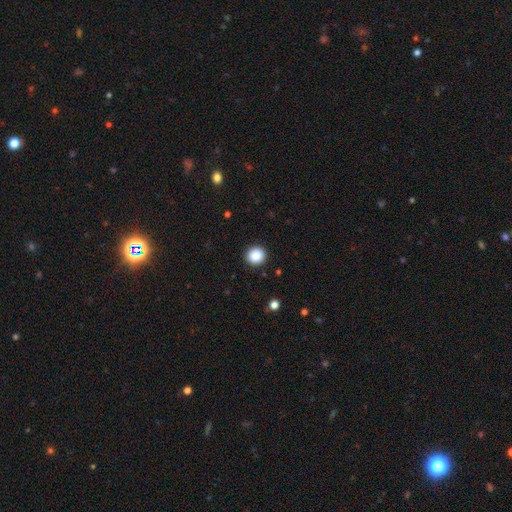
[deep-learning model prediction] Q: Smooth or featured?
A: smooth (87%); runner-up: star or artifact (10%)
Q: How rounded?
A: round (94%); runner-up: in between (5%)
Q: Merging?
A: none (92%); runner-up: minor disturbance (5%)